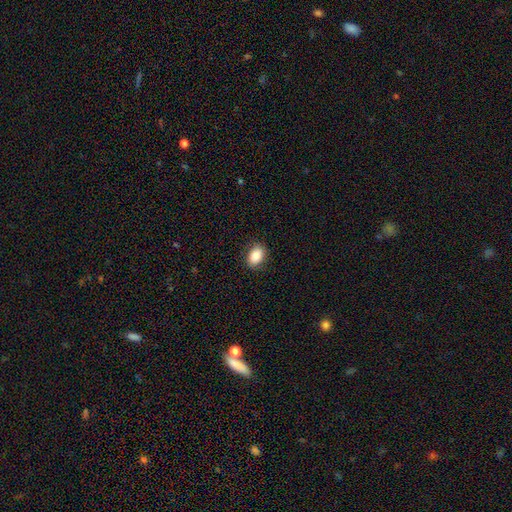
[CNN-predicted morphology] This is clearly a smooth galaxy (85%). How rounded: clearly in between (82%). Merging: clearly none (87%).